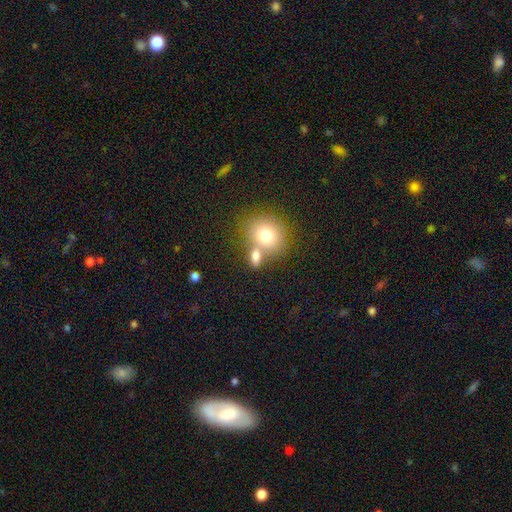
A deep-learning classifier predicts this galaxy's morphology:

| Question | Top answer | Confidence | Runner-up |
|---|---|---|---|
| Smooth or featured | smooth | 78% | featured or disk (13%) |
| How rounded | in between | 54% | round (44%) |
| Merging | merger | 44% | none (42%) |